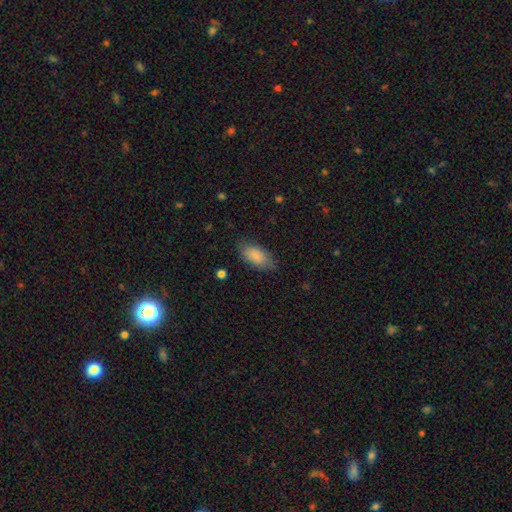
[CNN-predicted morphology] A smooth galaxy with no disk features (84%) that is in between round and cigar-shaped (91%). Merging: none (76%).